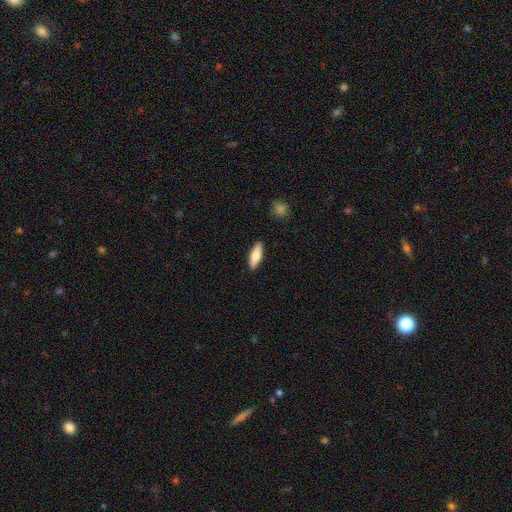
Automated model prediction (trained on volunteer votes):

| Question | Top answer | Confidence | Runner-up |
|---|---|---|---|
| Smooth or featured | smooth | 74% | featured or disk (21%) |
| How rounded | in between | 60% | cigar-shaped (38%) |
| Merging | none | 89% | minor disturbance (8%) |